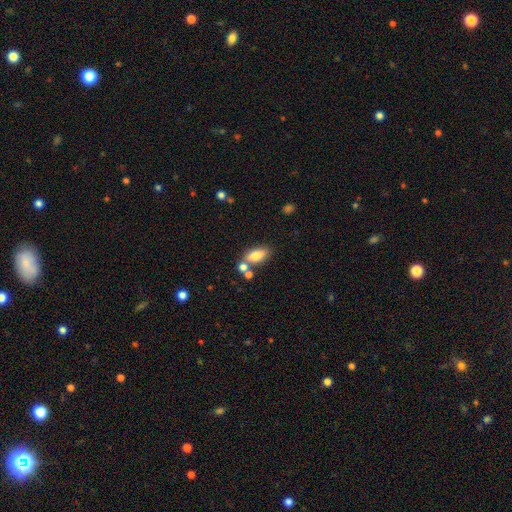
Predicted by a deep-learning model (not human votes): Smooth or featured? Predicted: smooth (p=0.78). How rounded? Predicted: in between (p=0.85). Merging? Predicted: none (p=0.59).